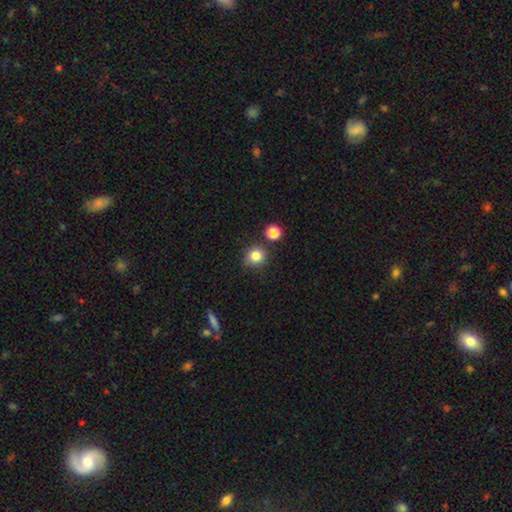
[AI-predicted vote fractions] Smooth or featured? smooth (83%)
How rounded? round (88%)
Merging? none (77%)